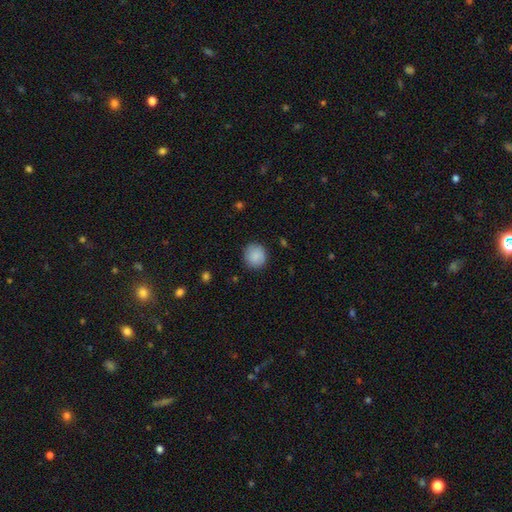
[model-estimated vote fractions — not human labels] This appears to be a smooth galaxy with no disk features (88%) that is round (91%). Merging: none (88%).